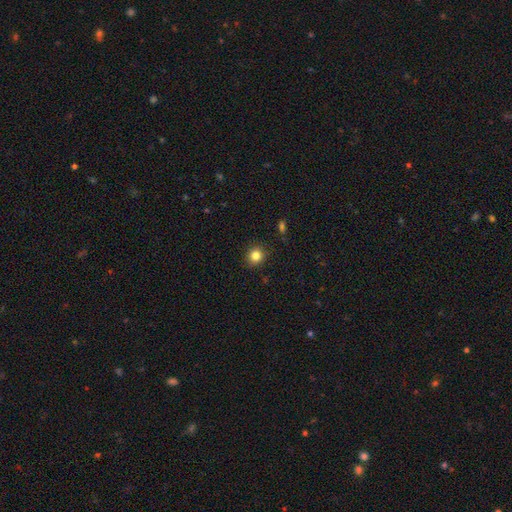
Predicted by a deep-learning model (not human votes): Morphology: type=smooth (83%); roundness=round (87%); merging=none (90%).